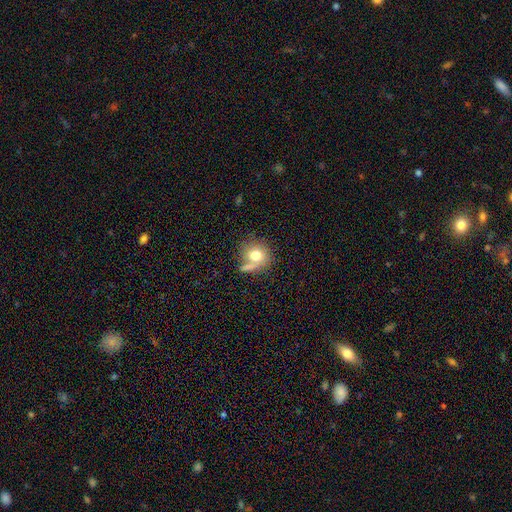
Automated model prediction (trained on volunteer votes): Smooth or featured?
  - smooth: 74% *
  - featured or disk: 16%
  - star or artifact: 10%
How rounded?
  - round: 81% *
  - in between: 17%
  - cigar-shaped: 1%
Merging?
  - none: 55% *
  - merger: 18%
  - minor disturbance: 17%
  - major disturbance: 10%